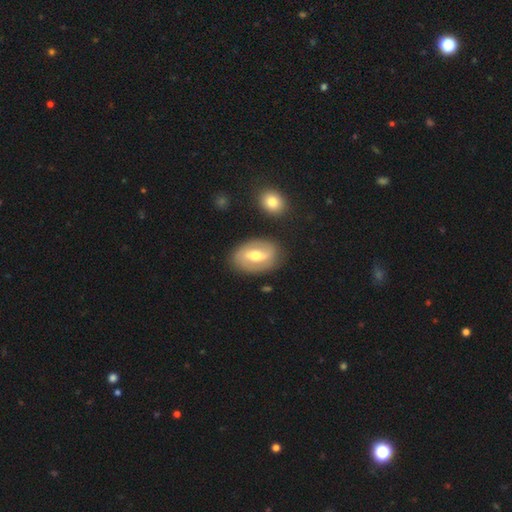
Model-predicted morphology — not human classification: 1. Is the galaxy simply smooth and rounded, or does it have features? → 68% featured or disk, 27% smooth, 6% star or artifact.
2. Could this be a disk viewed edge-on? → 94% no, 6% yes.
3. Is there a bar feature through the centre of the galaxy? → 41% weak, 40% strong, 18% no.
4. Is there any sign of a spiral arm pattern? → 71% yes, 29% no.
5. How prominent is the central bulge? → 72% moderate, 20% small, 6% large, 1% dominant, 1% none.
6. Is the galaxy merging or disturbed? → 83% none, 11% minor disturbance, 3% major disturbance, 3% merger.